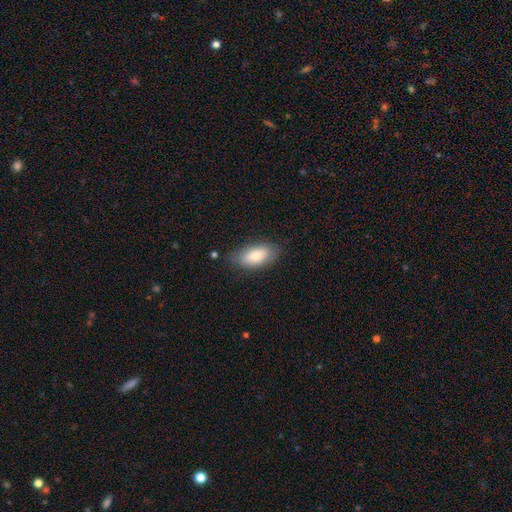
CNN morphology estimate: Smooth or featured? Predicted: smooth (p=0.81). How rounded? Predicted: in between (p=0.91). Merging? Predicted: none (p=0.77).